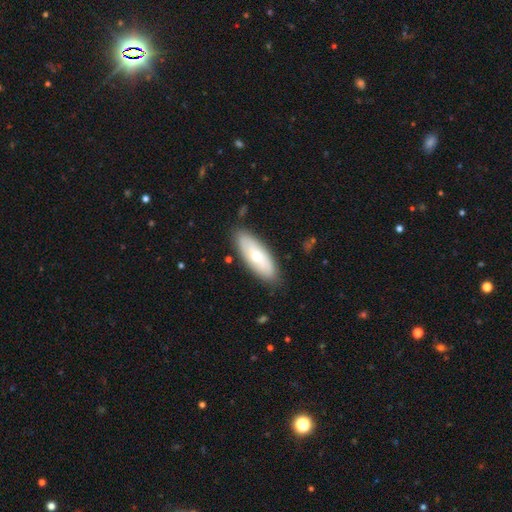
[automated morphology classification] smooth 52%, featured or disk 42%, star or artifact 5%. Down the decision tree: how rounded — in between (73%); merging — none (85%).